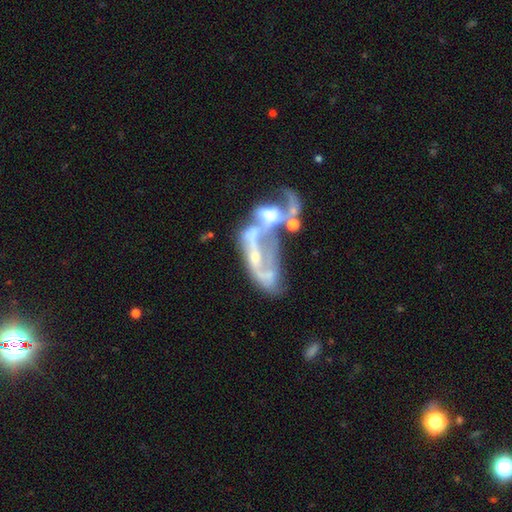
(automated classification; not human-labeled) Smooth or featured?
  - featured or disk: 76% *
  - smooth: 13%
  - star or artifact: 11%
Edge-on disk?
  - no: 93% *
  - yes: 7%
Bar?
  - no: 60% *
  - weak: 25%
  - strong: 15%
Spiral arms?
  - yes: 58% *
  - no: 42%
Bulge size?
  - moderate: 35% *
  - small: 34%
  - none: 24%
  - large: 5%
  - dominant: 2%
Merging?
  - merger: 67% *
  - major disturbance: 19%
  - none: 8%
  - minor disturbance: 6%